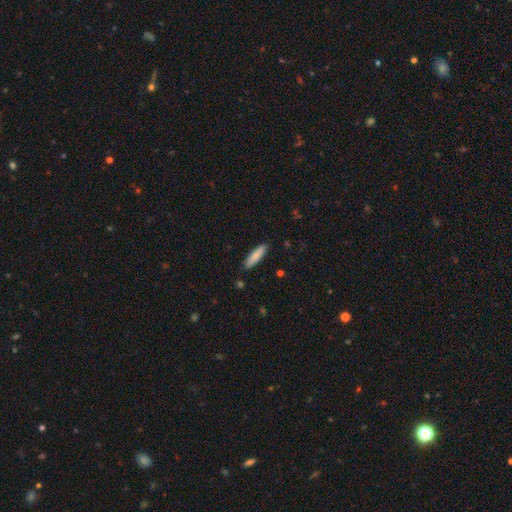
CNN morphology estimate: type=smooth (84%); roundness=cigar-shaped (70%); merging=none (88%).